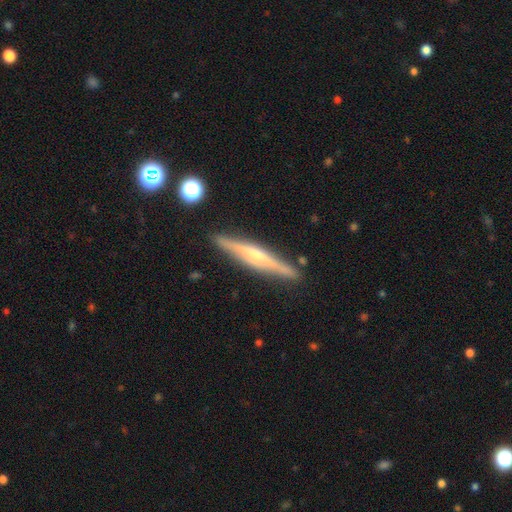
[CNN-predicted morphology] smooth-or-featured: featured or disk: 70% | smooth: 24% | star or artifact: 6%
  disk-edge-on: yes: 97% | no: 3%
    edge-on-bulge: rounded: 71% | none: 16% | boxy: 13%
  merging: none: 88% | minor disturbance: 8% | merger: 2% | major disturbance: 2%